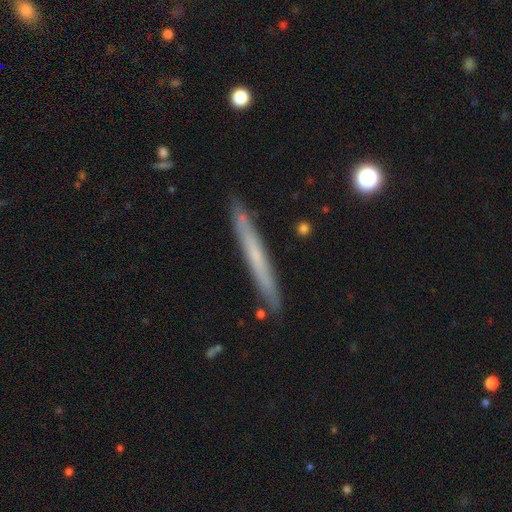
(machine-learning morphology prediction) A smooth galaxy with no disk features (47%, tied with featured or disk). Merging: none (88%).